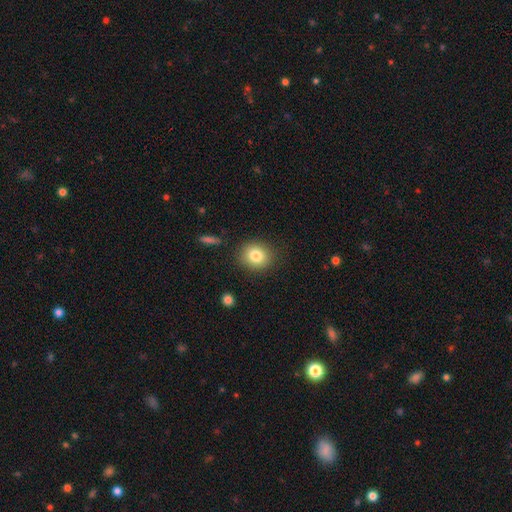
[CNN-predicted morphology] Smooth or featured? smooth (82%)
How rounded? round (72%)
Merging? none (86%)